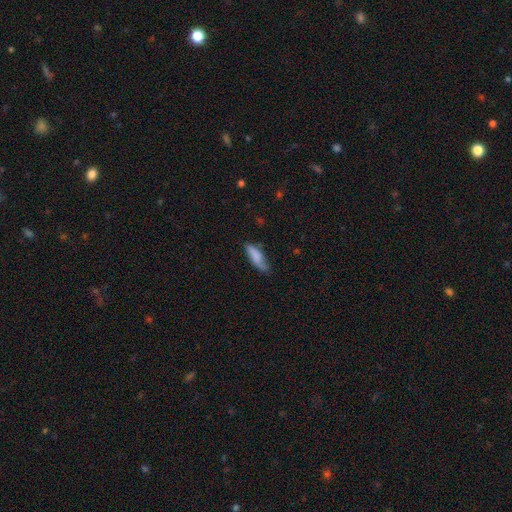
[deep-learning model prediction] smooth-or-featured: smooth: 77% | featured or disk: 16% | star or artifact: 6%
  how-rounded: cigar-shaped: 53% | in between: 45% | round: 2%
  merging: none: 65% | minor disturbance: 27% | major disturbance: 6% | merger: 2%